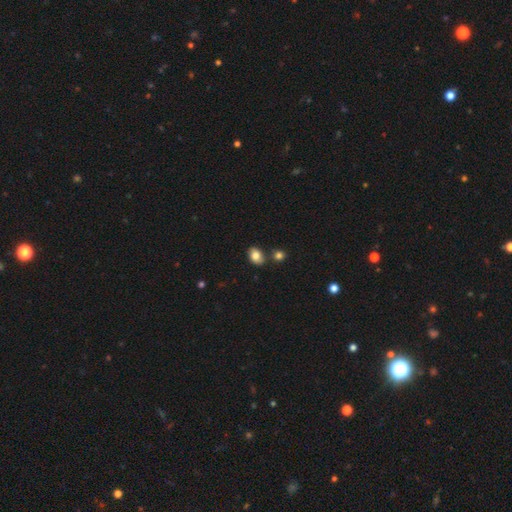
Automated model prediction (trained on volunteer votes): This is clearly a smooth galaxy (83%). How rounded: likely in between (79%). Merging: likely none (75%).